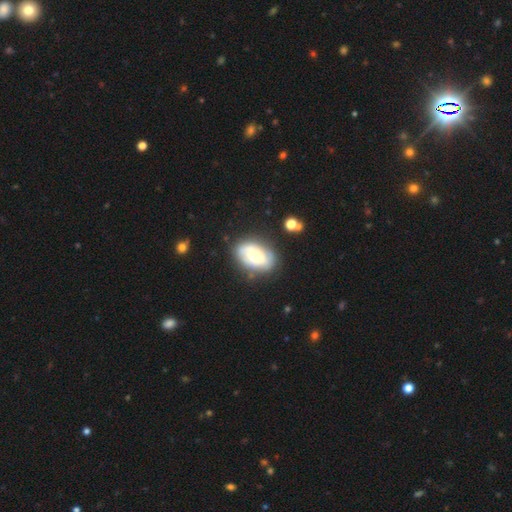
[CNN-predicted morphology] A smooth galaxy with no disk features (55%) that is in between round and cigar-shaped (87%). Merging: none (68%).